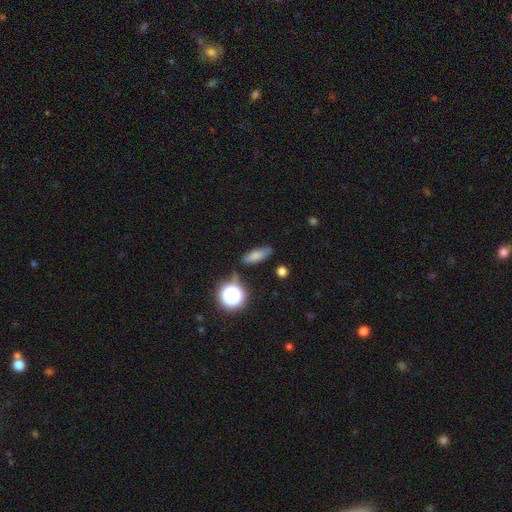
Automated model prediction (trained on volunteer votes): smooth-or-featured: smooth: 73% | star or artifact: 14% | featured or disk: 13%
  how-rounded: in between: 55% | cigar-shaped: 36% | round: 9%
  merging: none: 75% | minor disturbance: 16% | major disturbance: 5% | merger: 4%